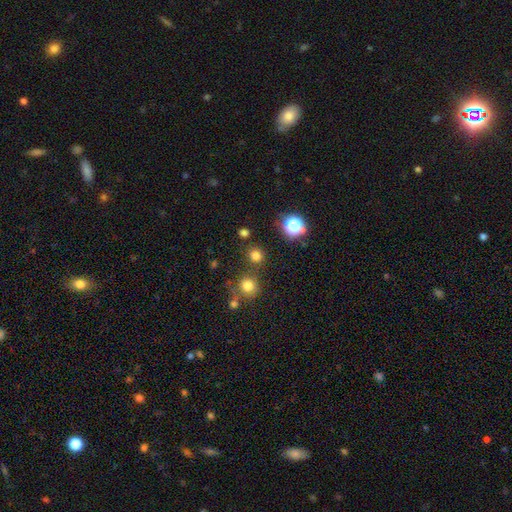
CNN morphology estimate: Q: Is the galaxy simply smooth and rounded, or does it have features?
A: smooth — 74%.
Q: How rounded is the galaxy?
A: round — 91%.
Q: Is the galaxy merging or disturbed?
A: none — 79%.